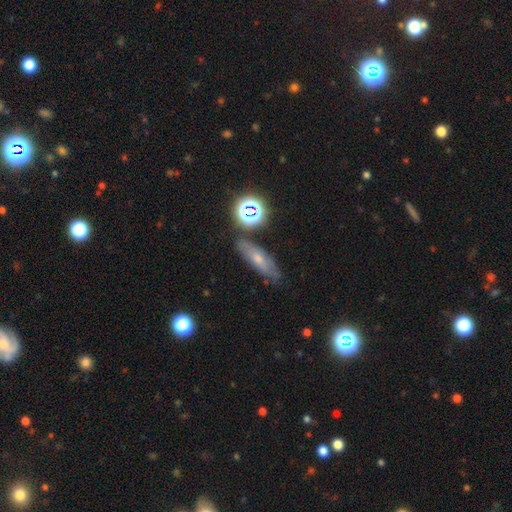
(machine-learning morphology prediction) featured or disk 38%, smooth 34%, star or artifact 28%. Down the decision tree: merging — none (75%).